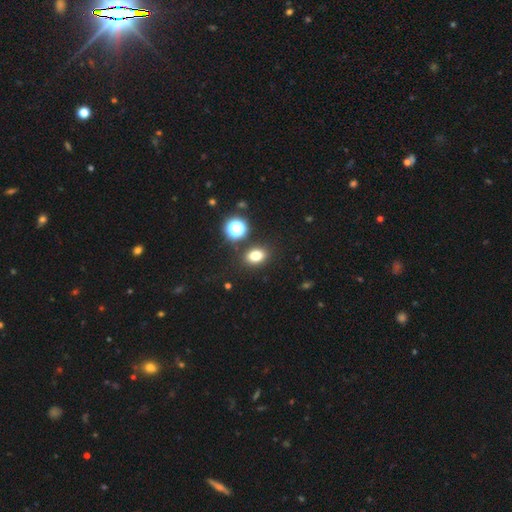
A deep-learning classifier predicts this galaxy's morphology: type=smooth (76%); roundness=in between (65%); merging=none (84%).